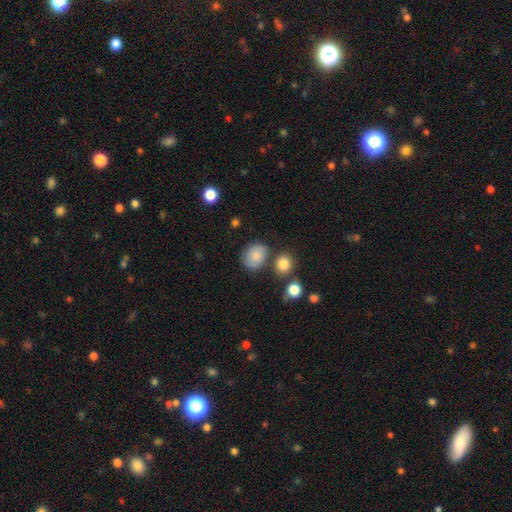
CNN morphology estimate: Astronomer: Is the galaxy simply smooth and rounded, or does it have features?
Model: smooth — 75%.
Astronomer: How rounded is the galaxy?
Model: round — 55% (runner-up: in between, 44%).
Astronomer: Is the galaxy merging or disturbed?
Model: none — 66%.